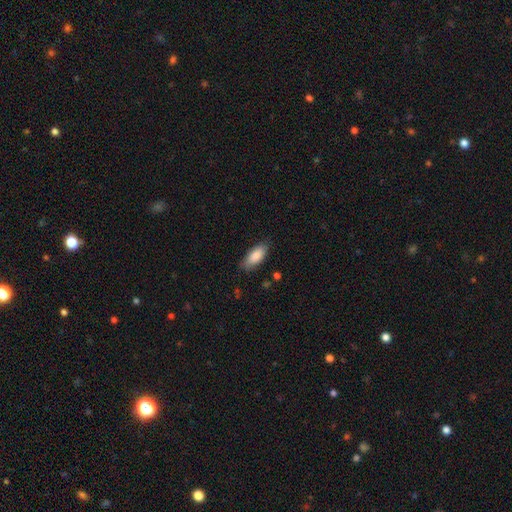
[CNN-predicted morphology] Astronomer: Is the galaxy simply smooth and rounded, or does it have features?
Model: smooth — 86%.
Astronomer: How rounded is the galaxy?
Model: in between — 85%.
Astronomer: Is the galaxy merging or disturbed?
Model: none — 79%.